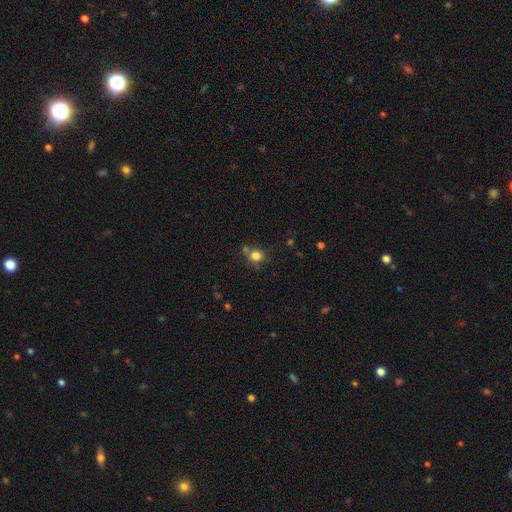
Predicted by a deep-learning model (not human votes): This is likely a smooth galaxy (79%). How rounded: clearly round (81%). Merging: likely none (62%).